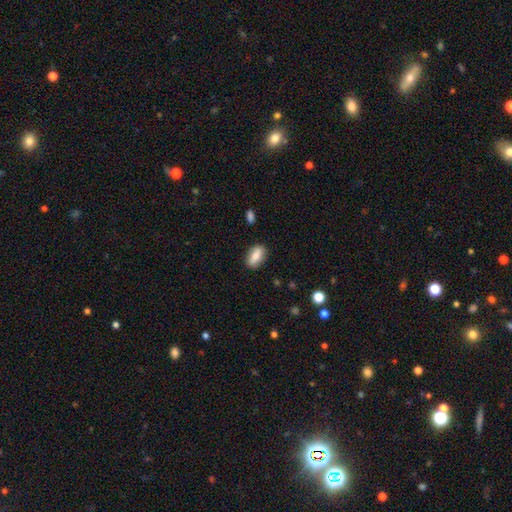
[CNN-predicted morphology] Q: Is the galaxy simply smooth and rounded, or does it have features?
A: smooth — 78%.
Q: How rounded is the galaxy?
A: in between — 87%.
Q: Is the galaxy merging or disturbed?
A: none — 83%.